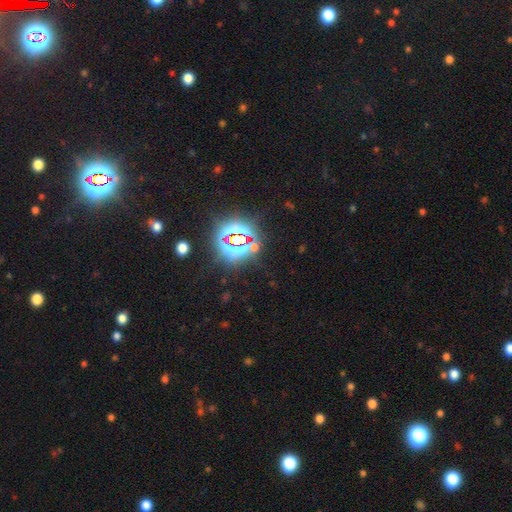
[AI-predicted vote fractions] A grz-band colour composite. It shows a star or artifact, not a galaxy (84%).